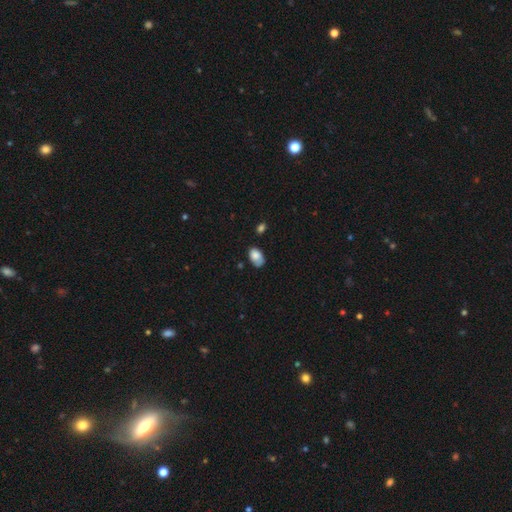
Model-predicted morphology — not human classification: This is clearly a smooth galaxy (81%). How rounded: clearly in between (89%). Merging: possibly none (57%).